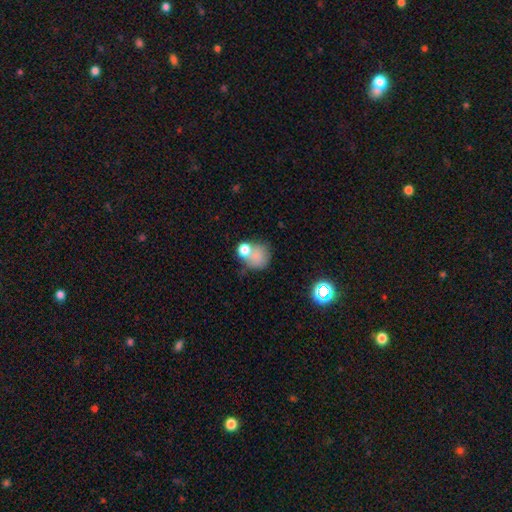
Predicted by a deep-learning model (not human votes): smooth-or-featured: smooth: 74% | featured or disk: 14% | star or artifact: 13%
  how-rounded: round: 72% | in between: 27% | cigar-shaped: 1%
  merging: none: 37% | merger: 34% | minor disturbance: 16% | major disturbance: 13%